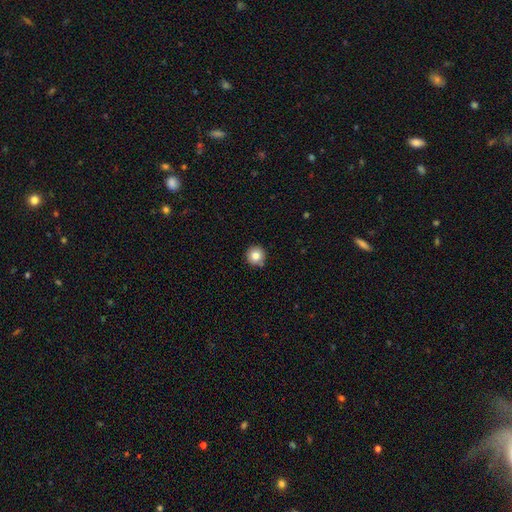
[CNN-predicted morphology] Smooth or featured? smooth (82%)
How rounded? round (95%)
Merging? none (87%)